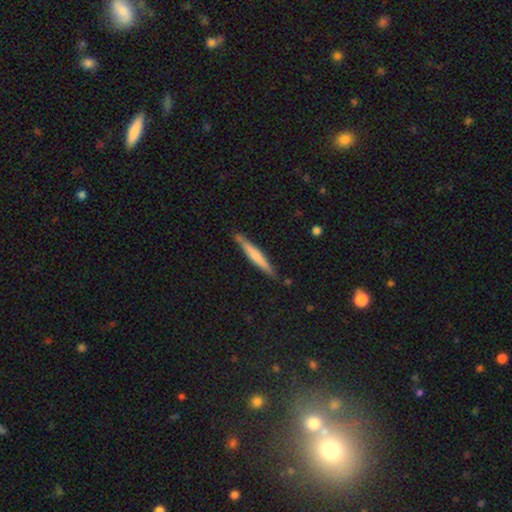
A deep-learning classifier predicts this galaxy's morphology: Overall: smooth (56%; featured or disk 38%). How rounded: cigar-shaped (95%). Merging: none (82%).